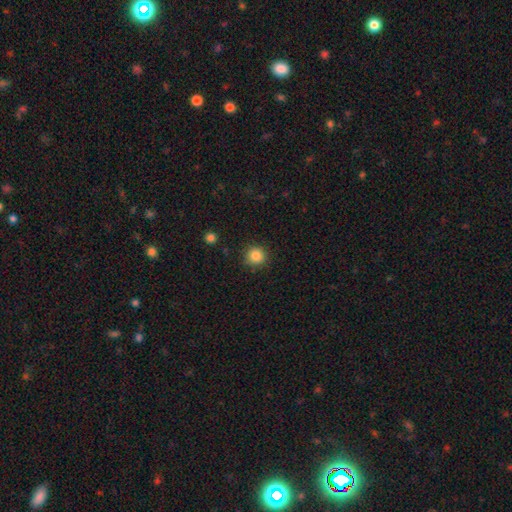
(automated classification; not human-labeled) Smooth or featured: smooth — 86% (star or artifact — 10%)
How rounded: round — 94% (in between — 6%)
Merging: none — 89% (minor disturbance — 7%)